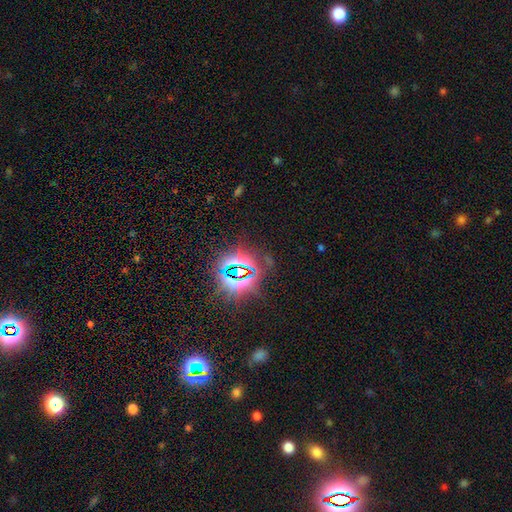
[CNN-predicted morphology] A star or artifact, not a galaxy (79%).